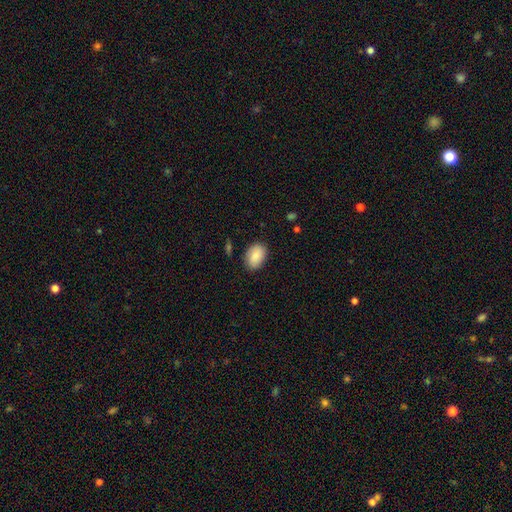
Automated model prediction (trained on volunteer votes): smooth_or_featured: smooth (p=0.86) [alt: featured or disk p=0.07]
how_rounded: in between (p=0.85) [alt: round p=0.14]
merging: none (p=0.84) [alt: minor disturbance p=0.12]